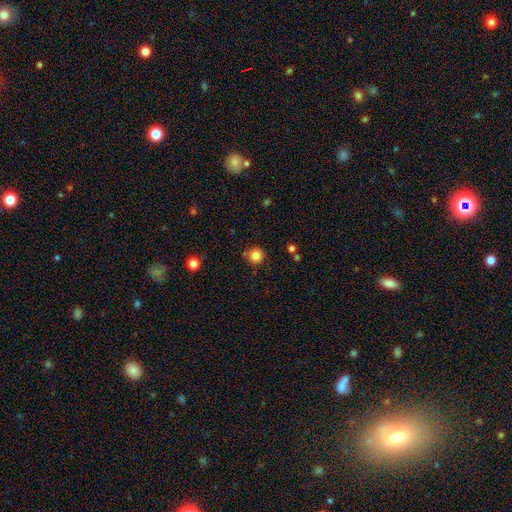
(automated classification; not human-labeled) Q: Smooth or featured?
A: smooth (84%); runner-up: star or artifact (11%)
Q: How rounded?
A: round (94%); runner-up: in between (5%)
Q: Merging?
A: none (83%); runner-up: minor disturbance (10%)